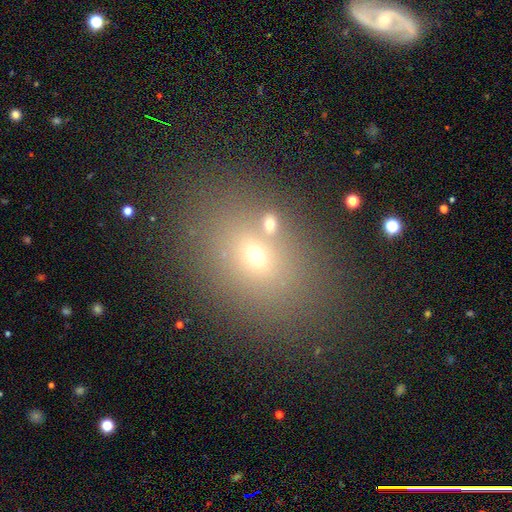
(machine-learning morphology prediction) smooth-or-featured: smooth: 60% | star or artifact: 25% | featured or disk: 15%
  how-rounded: in between: 67% | round: 31% | cigar-shaped: 2%
  merging: none: 77% | minor disturbance: 10% | merger: 8% | major disturbance: 5%